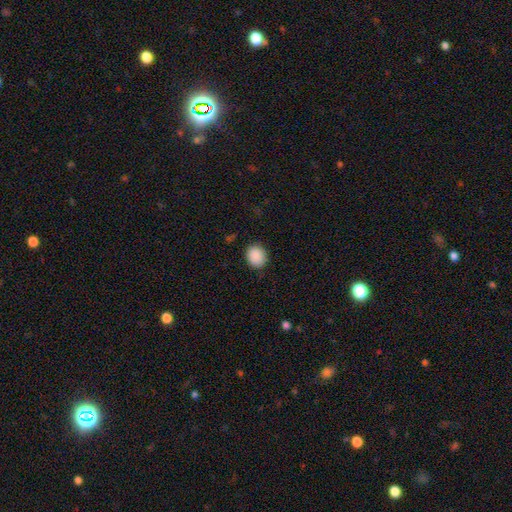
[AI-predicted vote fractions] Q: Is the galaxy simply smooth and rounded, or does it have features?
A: smooth — 90%.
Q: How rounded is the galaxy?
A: round — 67%.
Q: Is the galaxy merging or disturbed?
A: none — 88%.